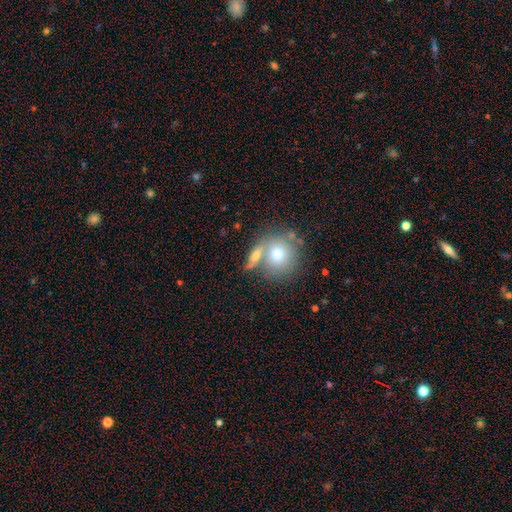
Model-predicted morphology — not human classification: Smooth or featured: smooth — 65% (featured or disk — 26%)
How rounded: round — 47% (in between — 38%)
Merging: none — 48% (merger — 36%)